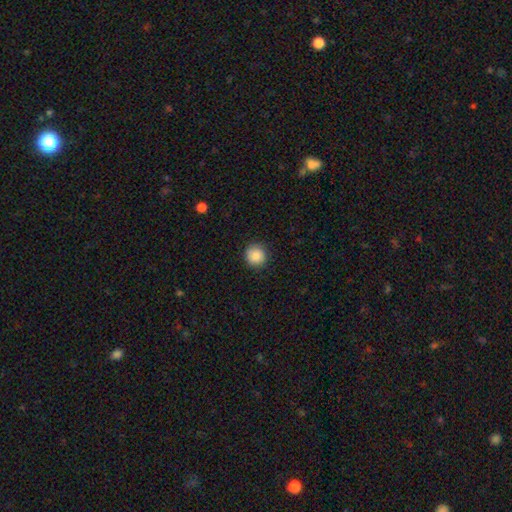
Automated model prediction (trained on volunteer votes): smooth 87%, star or artifact 9%, featured or disk 4%. Down the decision tree: how rounded — round (93%); merging — none (89%).